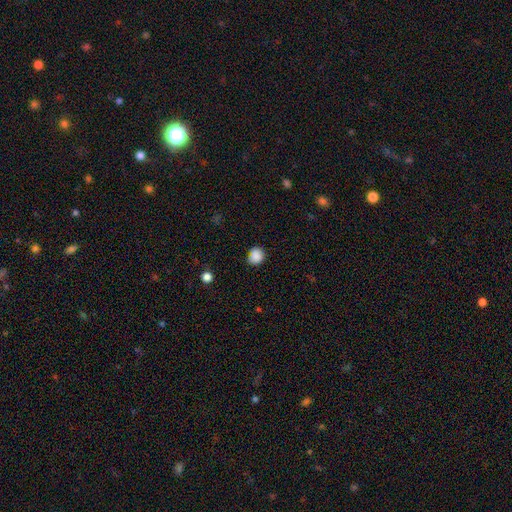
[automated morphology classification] Overall: smooth (86%). How rounded: round (77%). Merging: none (72%).